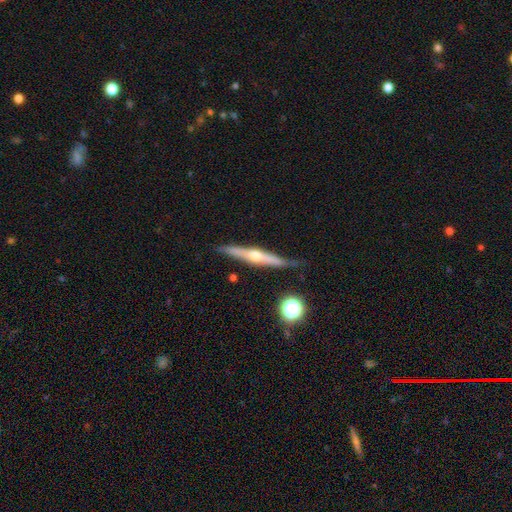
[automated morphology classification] A featured or disk galaxy (71%) viewed edge-on (96%) with a rounded central bulge (89%). Merging: none (81%).